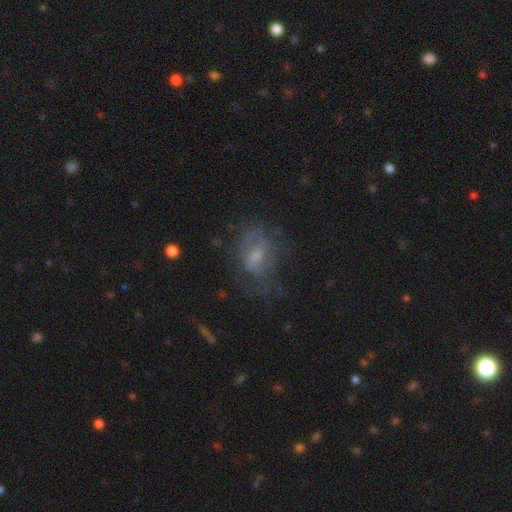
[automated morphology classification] featured or disk 47%, smooth 38%, star or artifact 15%. Down the decision tree: merging — none (52%).